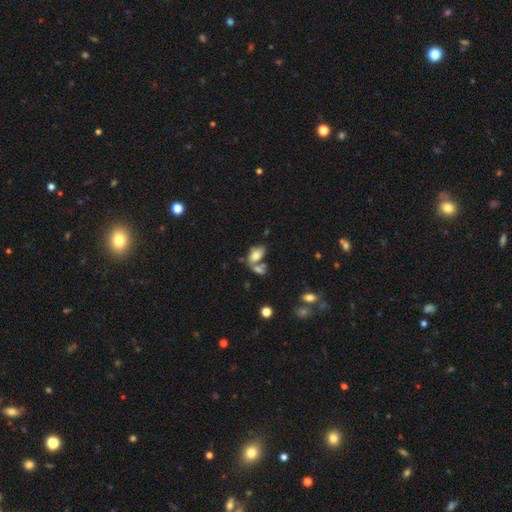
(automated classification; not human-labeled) smooth 74%, featured or disk 17%, star or artifact 10%. Down the decision tree: how rounded — in between (89%); merging — merger (50%).